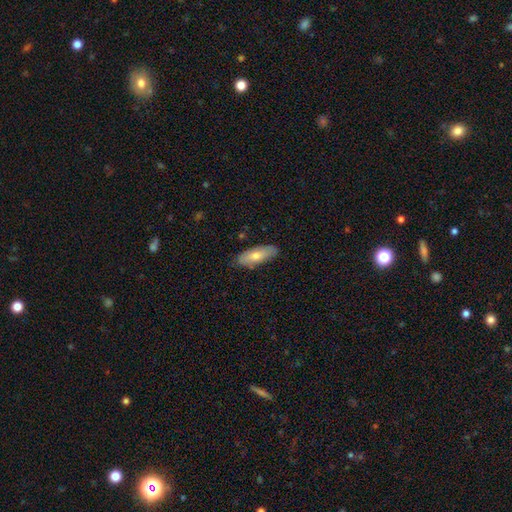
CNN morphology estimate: This is likely a smooth galaxy (67%). How rounded: likely in between (66%). Merging: clearly none (85%).